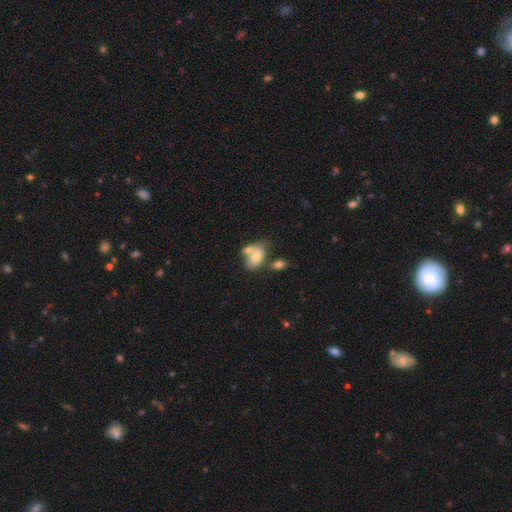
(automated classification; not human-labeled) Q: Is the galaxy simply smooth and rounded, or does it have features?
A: smooth — 69%.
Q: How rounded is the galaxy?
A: in between — 84%.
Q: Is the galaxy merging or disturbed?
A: merger — 51%.